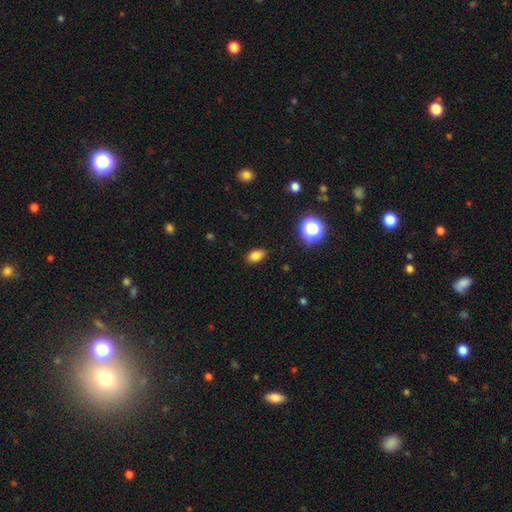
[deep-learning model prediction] Smooth or featured? smooth (81%)
How rounded? in between (84%)
Merging? none (88%)